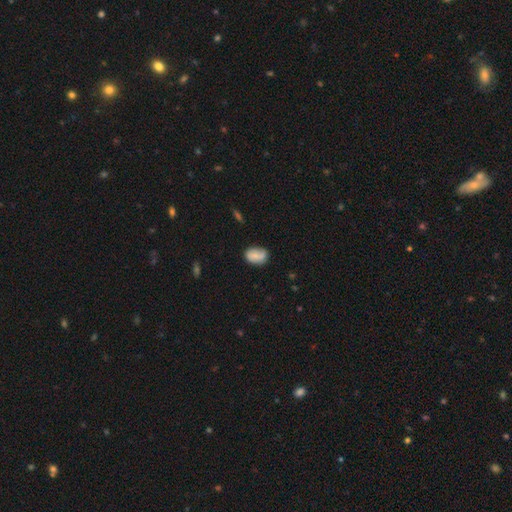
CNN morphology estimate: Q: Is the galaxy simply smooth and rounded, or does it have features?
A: smooth — 61%.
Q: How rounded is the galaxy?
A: in between — 79%.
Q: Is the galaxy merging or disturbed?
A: none — 62%.